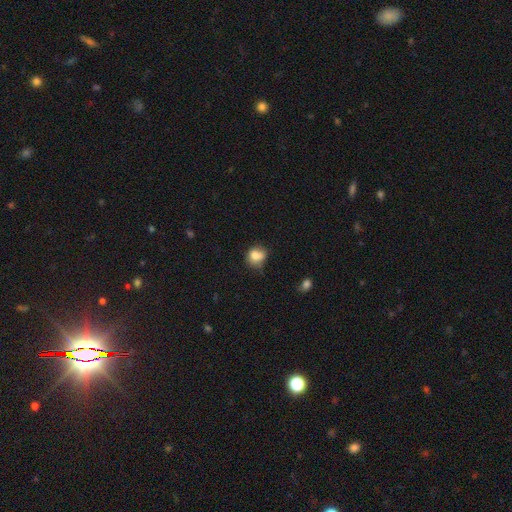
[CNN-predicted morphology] This appears to be a smooth galaxy with no disk features (79%) that is round (66%). Merging: none (52%).